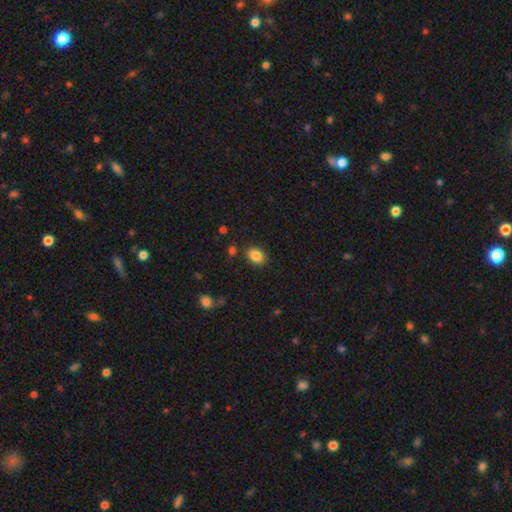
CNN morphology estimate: Q: Smooth or featured?
A: smooth (85%); runner-up: star or artifact (9%)
Q: How rounded?
A: in between (69%); runner-up: round (30%)
Q: Merging?
A: none (85%); runner-up: minor disturbance (10%)